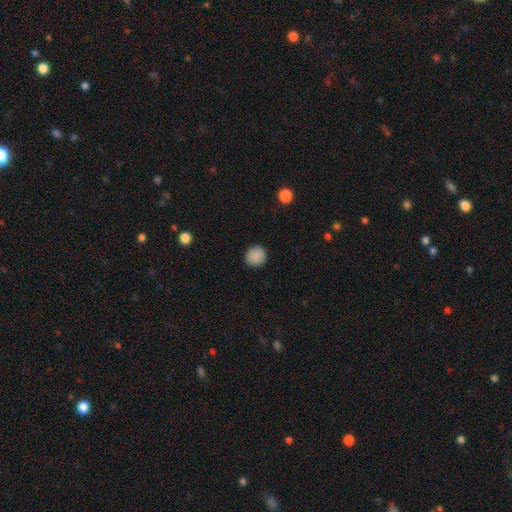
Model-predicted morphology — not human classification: Overall: smooth (89%). How rounded: round (94%). Merging: none (91%).